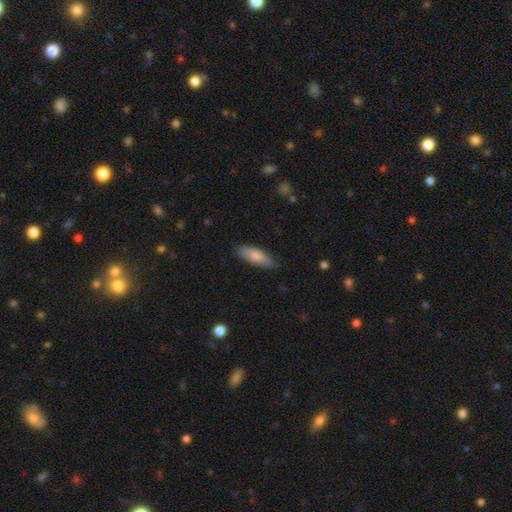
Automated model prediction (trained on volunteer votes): smooth 77%, featured or disk 18%, star or artifact 6%. Down the decision tree: how rounded — in between (65%); merging — none (78%).